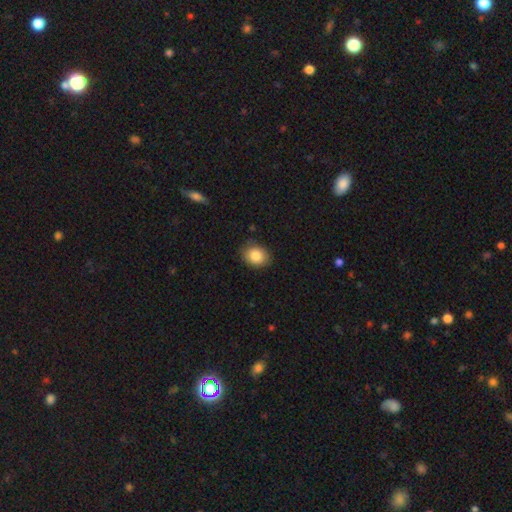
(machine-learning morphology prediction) A smooth galaxy with no disk features (85%) that is round (52%). Merging: none (83%).